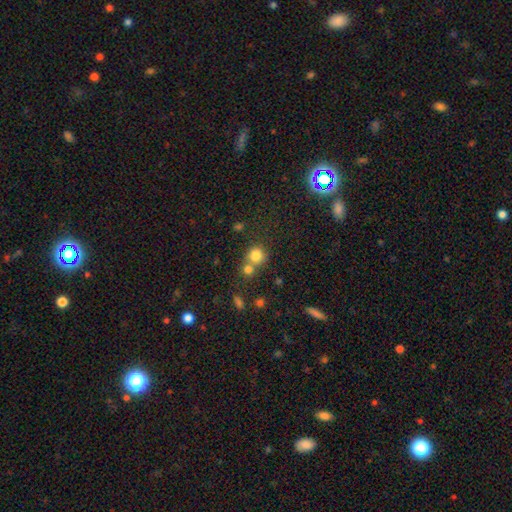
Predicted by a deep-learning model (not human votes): smooth_or_featured: smooth (p=0.79) [alt: star or artifact p=0.13]
how_rounded: round (p=0.88) [alt: in between p=0.11]
merging: none (p=0.51) [alt: merger p=0.39]